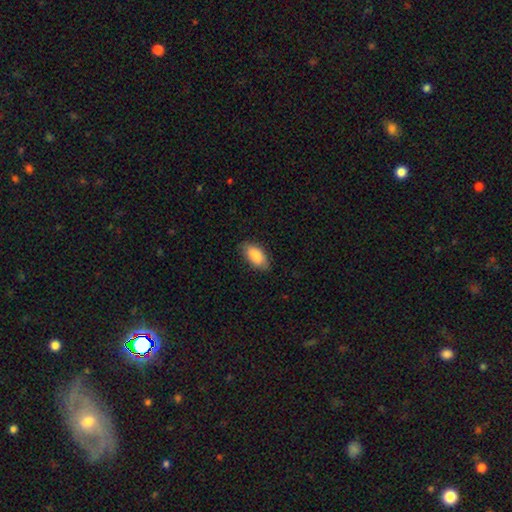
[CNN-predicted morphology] smooth-or-featured: smooth: 89% | star or artifact: 6% | featured or disk: 6%
  how-rounded: in between: 92% | cigar-shaped: 6% | round: 2%
  merging: none: 83% | minor disturbance: 13% | major disturbance: 3% | merger: 1%